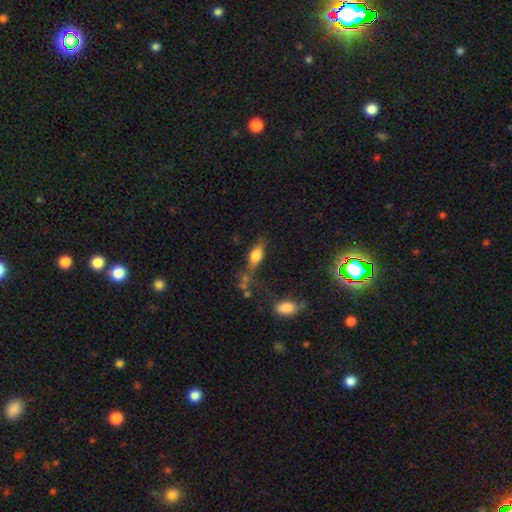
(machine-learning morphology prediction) smooth-or-featured: smooth: 67% | featured or disk: 24% | star or artifact: 9%
  how-rounded: in between: 75% | cigar-shaped: 21% | round: 5%
  merging: none: 56% | minor disturbance: 23% | major disturbance: 11% | merger: 10%